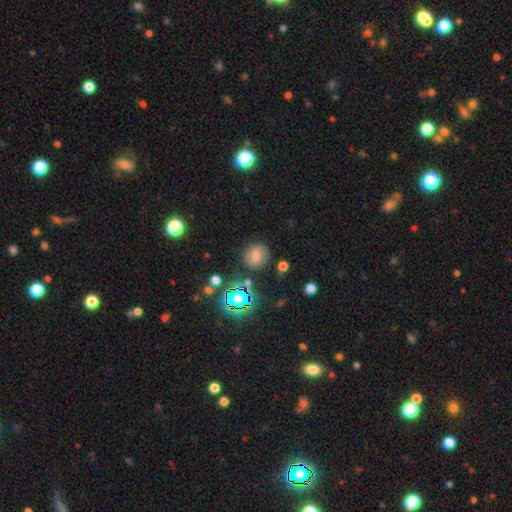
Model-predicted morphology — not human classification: smooth_or_featured: smooth (p=0.49) [alt: star or artifact p=0.30]
merging: none (p=0.81) [alt: minor disturbance p=0.12]